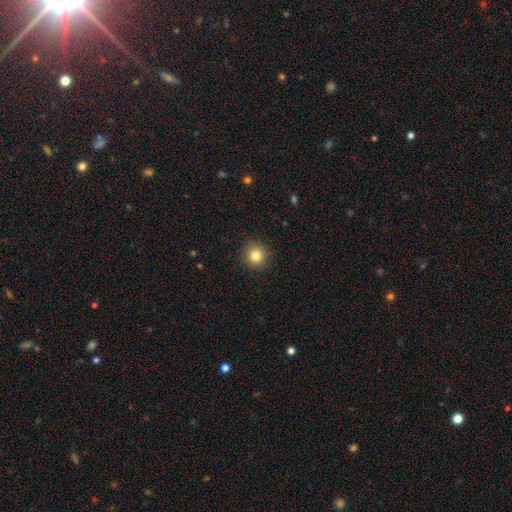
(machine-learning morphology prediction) type=smooth (82%); roundness=round (92%); merging=none (91%).